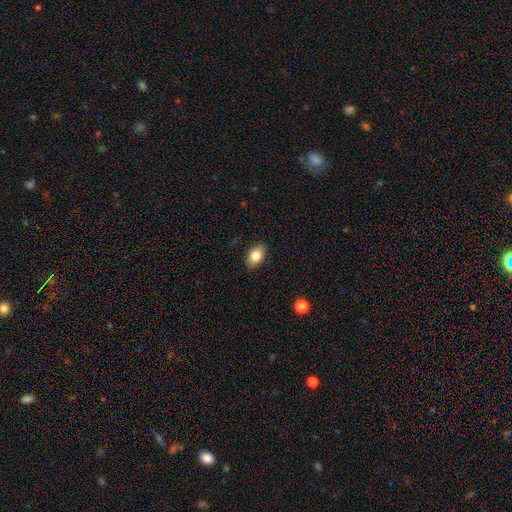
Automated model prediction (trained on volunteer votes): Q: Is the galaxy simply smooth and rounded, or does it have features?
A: smooth — 83%.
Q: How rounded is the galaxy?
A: in between — 89%.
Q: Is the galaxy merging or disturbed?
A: none — 88%.